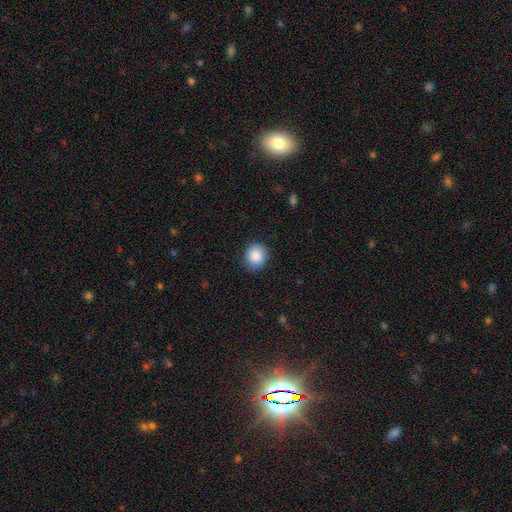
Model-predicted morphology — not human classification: A smooth galaxy with no disk features (87%) that is round (81%).

Vote fractions:
- Smooth or featured? smooth: 87% / star or artifact: 8% / featured or disk: 5%
- How rounded? round: 81% / in between: 18% / cigar-shaped: 1%
- Merging? none: 86% / minor disturbance: 10% / major disturbance: 3% / merger: 1%